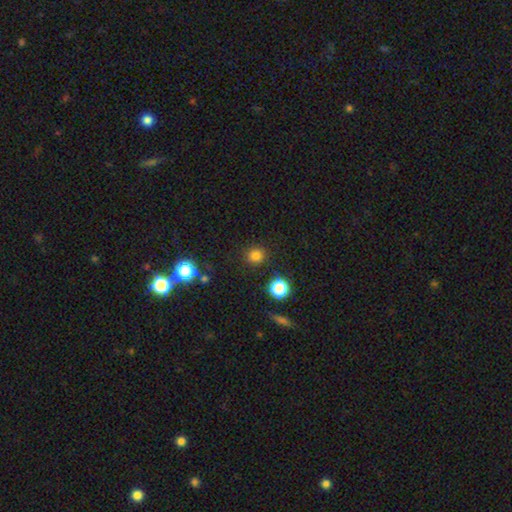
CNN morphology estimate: The model was most divided on "smooth or featured": smooth: 80%, star or artifact: 16%, featured or disk: 4%. More confident: how rounded — round (91%); merging — none (89%).